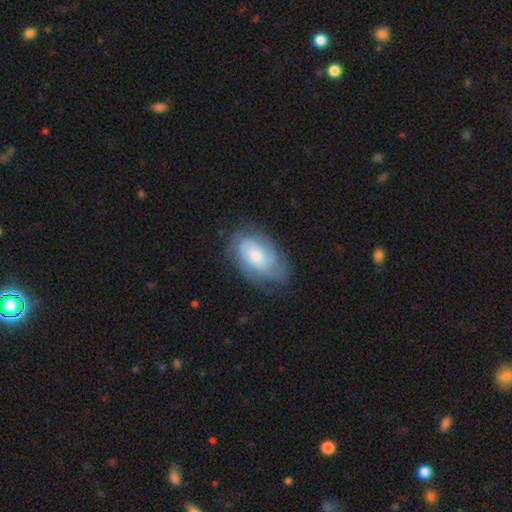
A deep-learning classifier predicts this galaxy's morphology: smooth_or_featured: featured or disk (p=0.64) [alt: smooth p=0.30]
disk_edge_on: no (p=0.96) [alt: yes p=0.04]
bar: no (p=0.71) [alt: weak p=0.25]
has_spiral_arms: yes (p=0.88) [alt: no p=0.12]
spiral_winding: tight (p=0.54) [alt: medium p=0.34]
spiral_arm_count: can't tell (p=0.41) [alt: 2 p=0.27]
bulge_size: moderate (p=0.46) [alt: small p=0.39]
merging: none (p=0.65) [alt: minor disturbance p=0.23]